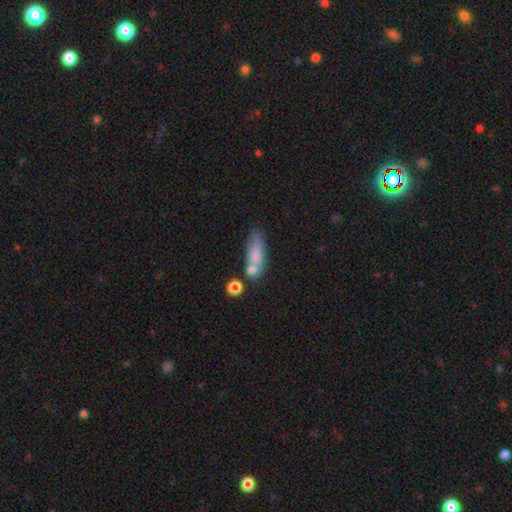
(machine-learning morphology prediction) This appears to be a smooth galaxy with no disk features (72%) that is in between round and cigar-shaped (62%). Merging: none (48%).